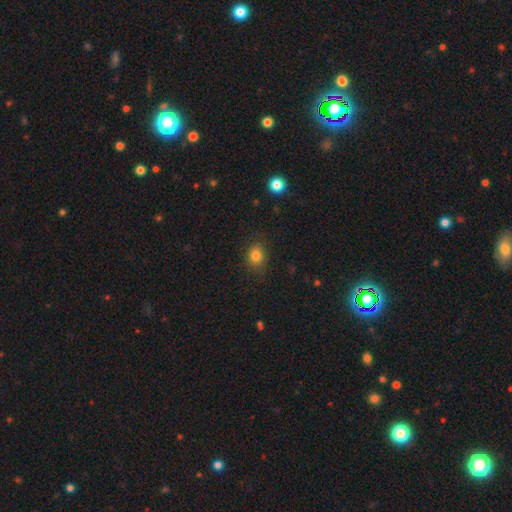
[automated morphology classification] Q: Smooth or featured?
A: smooth (81%); runner-up: star or artifact (13%)
Q: How rounded?
A: round (55%); runner-up: in between (44%)
Q: Merging?
A: none (82%); runner-up: minor disturbance (13%)